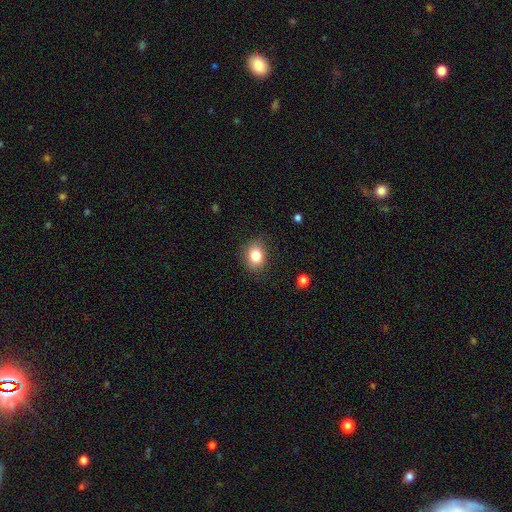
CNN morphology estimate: type=smooth (82%); roundness=round (52%); merging=none (83%).